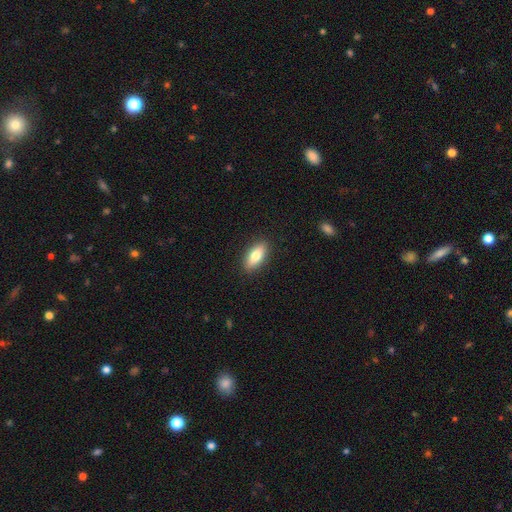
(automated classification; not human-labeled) smooth 77%, featured or disk 16%, star or artifact 6%. Down the decision tree: how rounded — in between (81%); merging — none (89%).